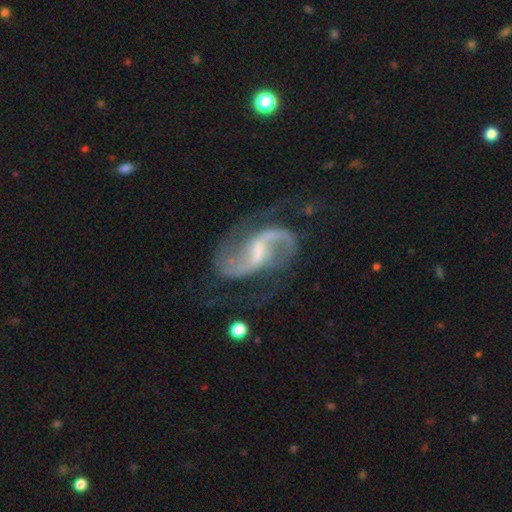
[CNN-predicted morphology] This is clearly a featured or disk galaxy (92%). It is clearly not viewed edge-on (98%). Bar: possibly weak (54%). Spiral arm pattern: clearly yes (98%). Spiral arm count: clearly 2 (93%). Spiral winding: possibly loose (51%). Central bulge: possibly small (45%). Merging: likely none (70%).